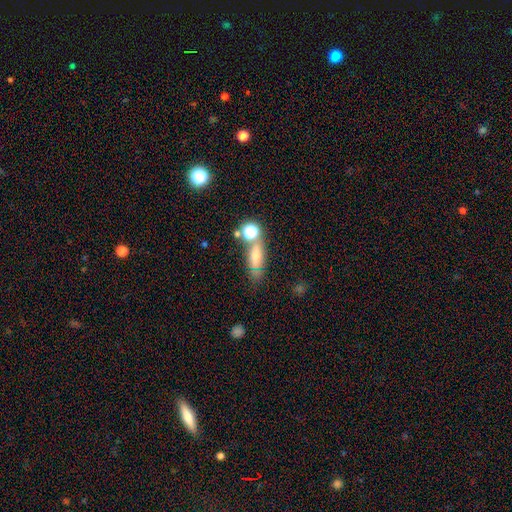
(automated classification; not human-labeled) This appears to be a smooth galaxy with no disk features (63%) that is in between round and cigar-shaped (55%). Merging: none (56%).